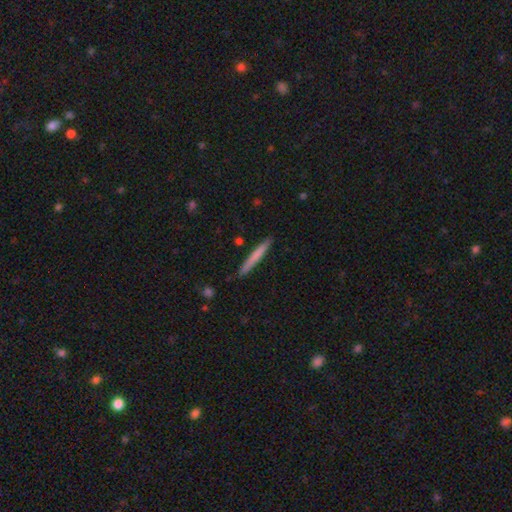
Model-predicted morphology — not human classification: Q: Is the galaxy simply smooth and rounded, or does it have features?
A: smooth — 68%.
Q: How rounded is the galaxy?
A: cigar-shaped — 97%.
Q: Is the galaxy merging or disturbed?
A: none — 90%.